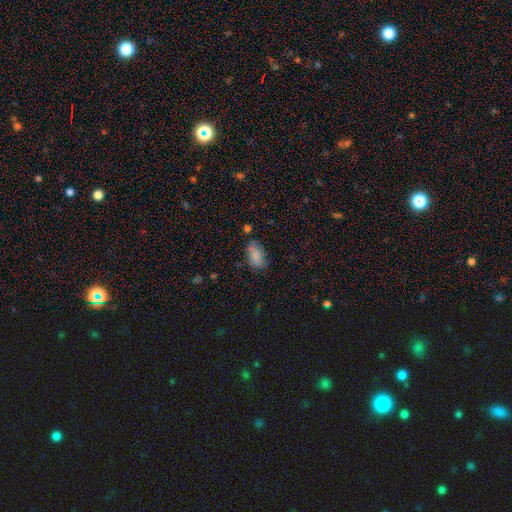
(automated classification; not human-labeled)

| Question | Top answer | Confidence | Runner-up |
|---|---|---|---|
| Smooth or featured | smooth | 78% | featured or disk (12%) |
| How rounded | in between | 91% | round (6%) |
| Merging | none | 59% | minor disturbance (28%) |